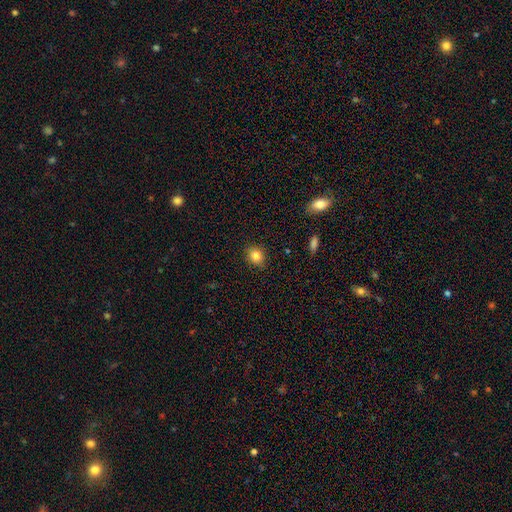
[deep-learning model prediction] Smooth or featured?
  - smooth: 84% *
  - star or artifact: 11%
  - featured or disk: 6%
How rounded?
  - round: 70% *
  - in between: 29%
  - cigar-shaped: 1%
Merging?
  - none: 89% *
  - minor disturbance: 8%
  - major disturbance: 2%
  - merger: 1%